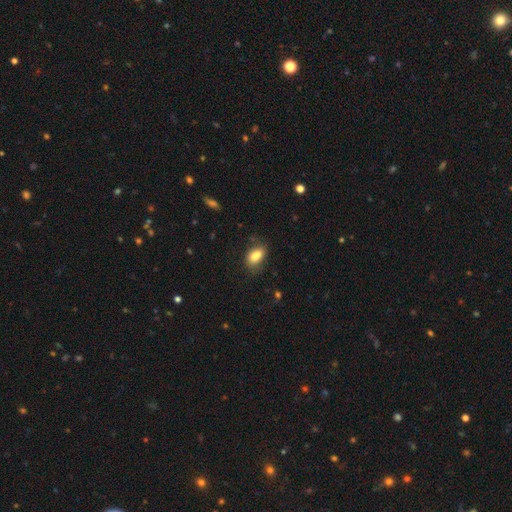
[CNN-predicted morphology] Q: Smooth or featured?
A: smooth (81%); runner-up: featured or disk (10%)
Q: How rounded?
A: in between (88%); runner-up: round (10%)
Q: Merging?
A: none (63%); runner-up: minor disturbance (24%)